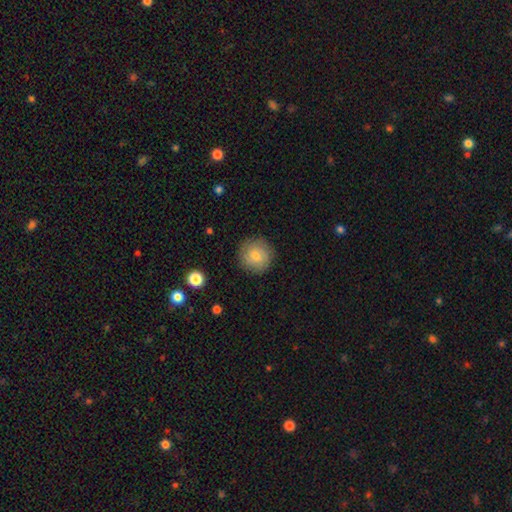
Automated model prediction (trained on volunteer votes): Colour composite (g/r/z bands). It shows a smooth galaxy with no disk features (76%) that is round (94%). Merging: none (88%).